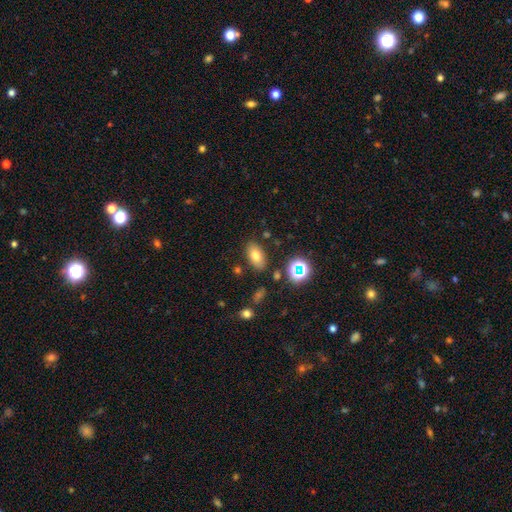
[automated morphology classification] This appears to be a smooth galaxy with no disk features (72%) that is in between round and cigar-shaped (88%). Merging: none (83%).